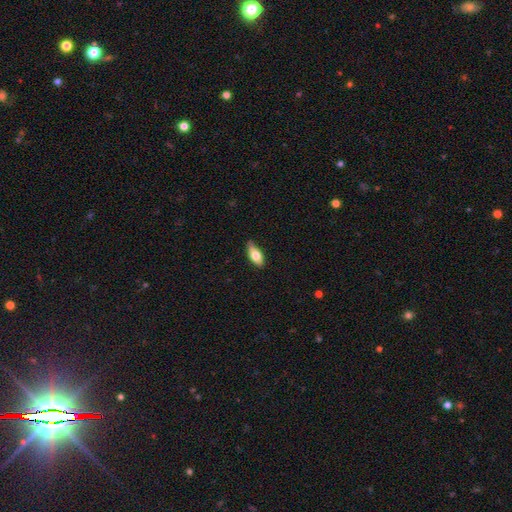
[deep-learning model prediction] smooth_or_featured: smooth (p=0.71) [alt: featured or disk p=0.23]
how_rounded: in between (p=0.83) [alt: cigar-shaped p=0.13]
merging: none (p=0.73) [alt: minor disturbance p=0.23]